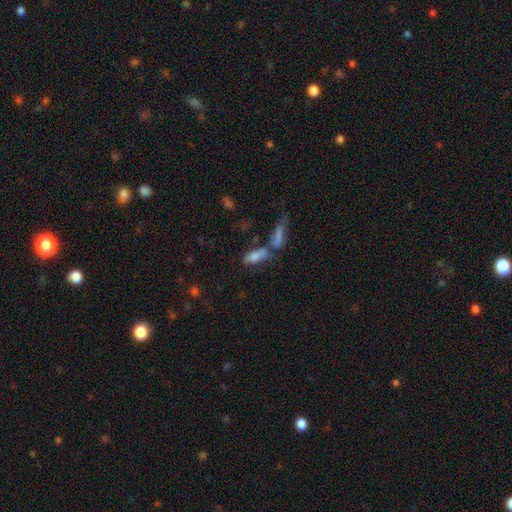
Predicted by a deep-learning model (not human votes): Smooth or featured? smooth (66%)
How rounded? in between (65%)
Merging? merger (45%)